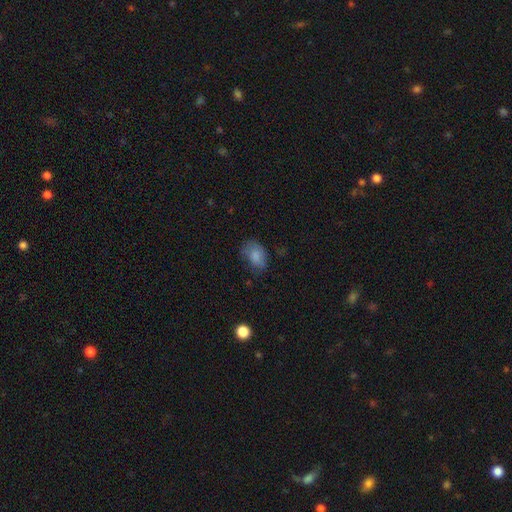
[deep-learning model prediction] Smooth or featured? Predicted: smooth (p=0.75). How rounded? Predicted: in between (p=0.77). Merging? Predicted: none (p=0.52).